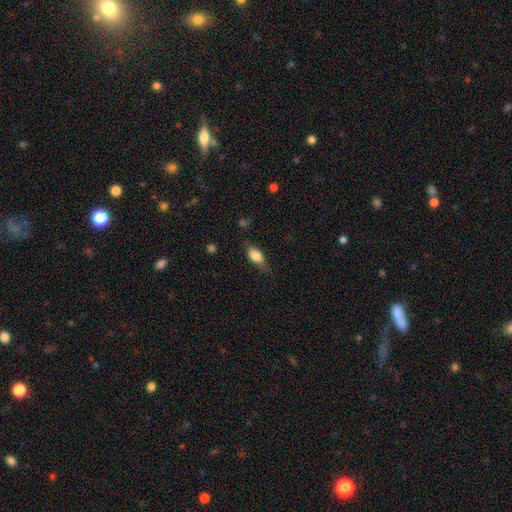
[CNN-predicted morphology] Overall: smooth (77%). How rounded: in between (82%). Merging: none (64%; minor disturbance 26%).